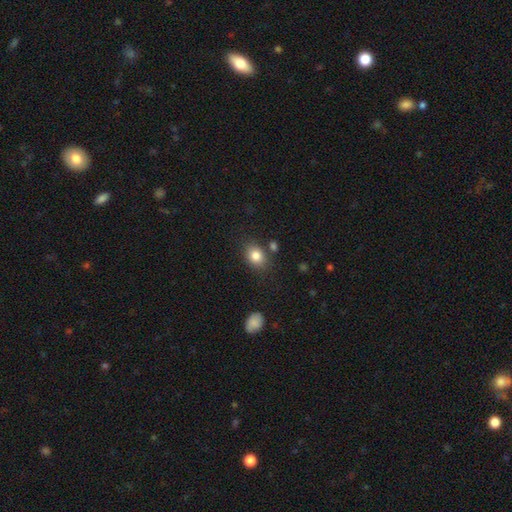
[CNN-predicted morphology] This appears to be a smooth galaxy with no disk features (83%) that is in between round and cigar-shaped (64%). Merging: none (77%).